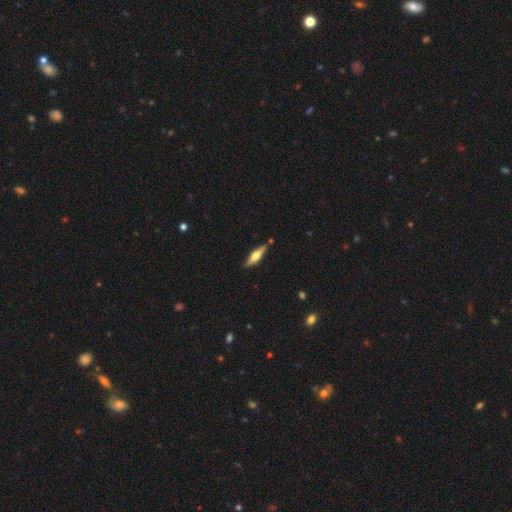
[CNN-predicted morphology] Smooth or featured? Predicted: featured or disk (p=0.60). Edge-on disk? Predicted: yes (p=0.95). Edge-on bulge? Predicted: rounded (p=0.90). Merging? Predicted: none (p=0.83).